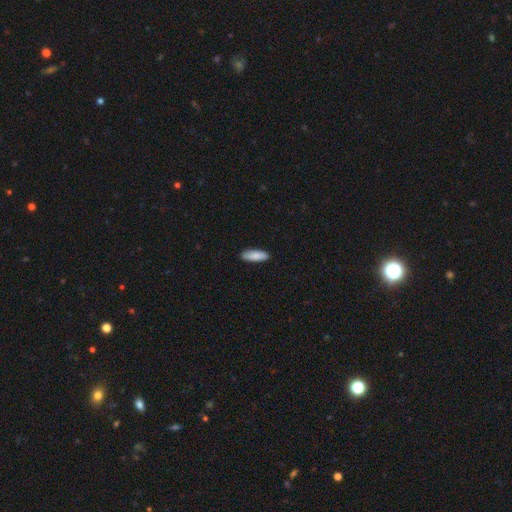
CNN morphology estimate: smooth 86%, featured or disk 8%, star or artifact 5%. Down the decision tree: how rounded — in between (58%); merging — none (89%).